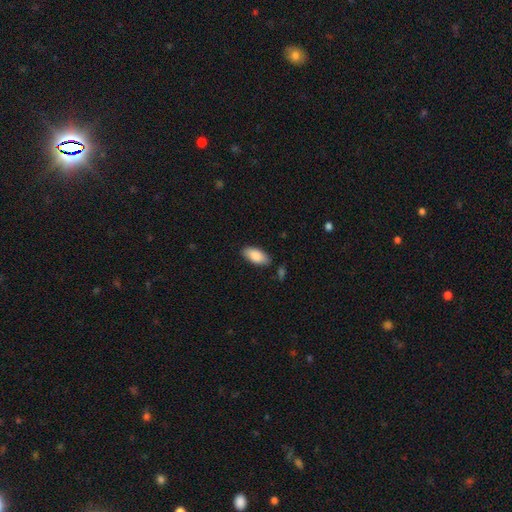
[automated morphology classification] The model was most divided on "merging": none: 83%, minor disturbance: 12%, merger: 3%, major disturbance: 3%. More confident: how rounded — in between (91%); smooth or featured — smooth (87%).